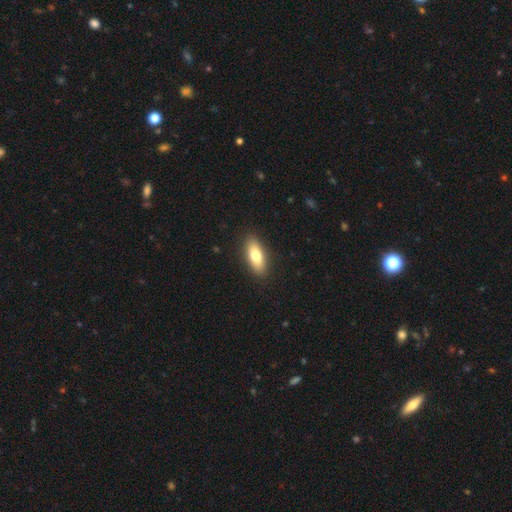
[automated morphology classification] smooth 75%, featured or disk 19%, star or artifact 6%. Down the decision tree: how rounded — in between (74%); merging — none (89%).